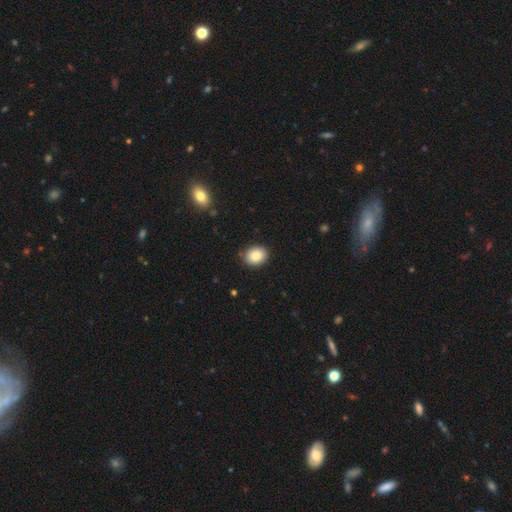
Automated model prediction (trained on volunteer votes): Morphology: type=smooth (85%); roundness=round (53%); merging=none (89%).